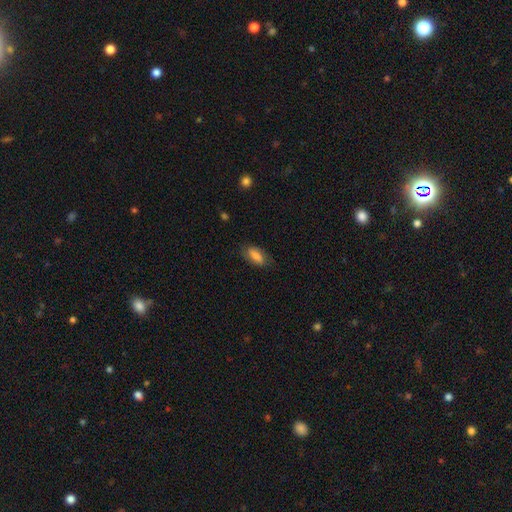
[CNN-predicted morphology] Q: Smooth or featured?
A: smooth (78%); runner-up: featured or disk (15%)
Q: How rounded?
A: in between (84%); runner-up: cigar-shaped (13%)
Q: Merging?
A: none (76%); runner-up: minor disturbance (18%)